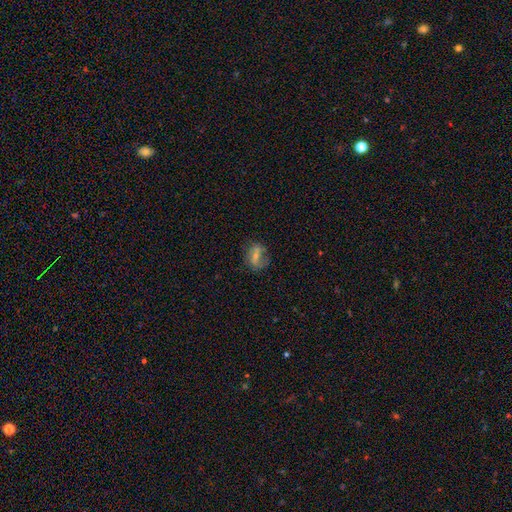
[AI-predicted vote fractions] Overall: smooth (46%; featured or disk 43%). Merging: none (59%; minor disturbance 23%).